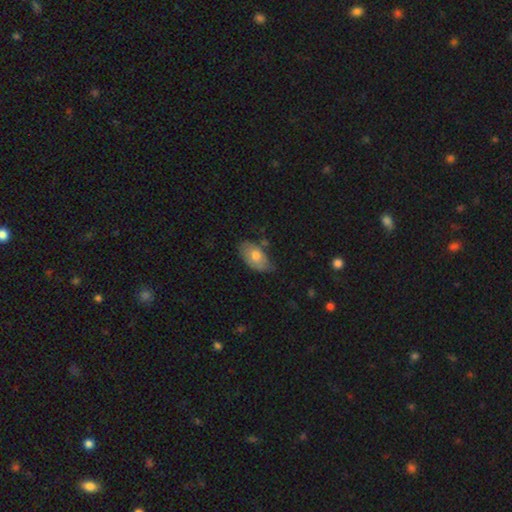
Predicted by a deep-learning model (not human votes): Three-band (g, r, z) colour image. It shows a smooth galaxy with no disk features (69%) that is in between round and cigar-shaped (93%). Merging: none (58%).